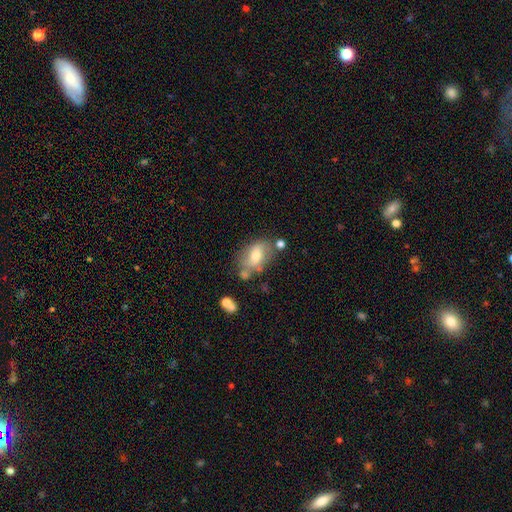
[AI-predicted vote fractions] Smooth or featured? Predicted: smooth (p=0.61). How rounded? Predicted: in between (p=0.82). Merging? Predicted: none (p=0.58).